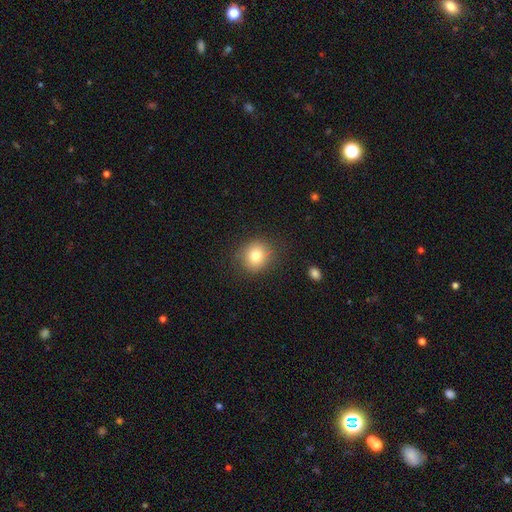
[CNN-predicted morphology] This is clearly a smooth galaxy (80%). How rounded: clearly round (81%). Merging: clearly none (85%).